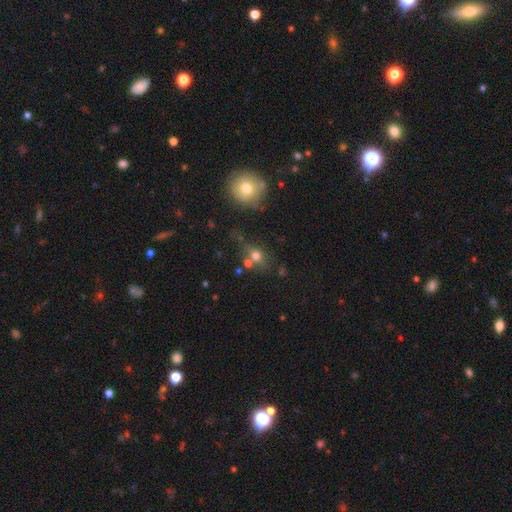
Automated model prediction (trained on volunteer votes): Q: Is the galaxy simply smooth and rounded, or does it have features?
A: smooth — 68%.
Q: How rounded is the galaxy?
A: round — 65%.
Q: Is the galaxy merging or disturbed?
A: none — 53%.